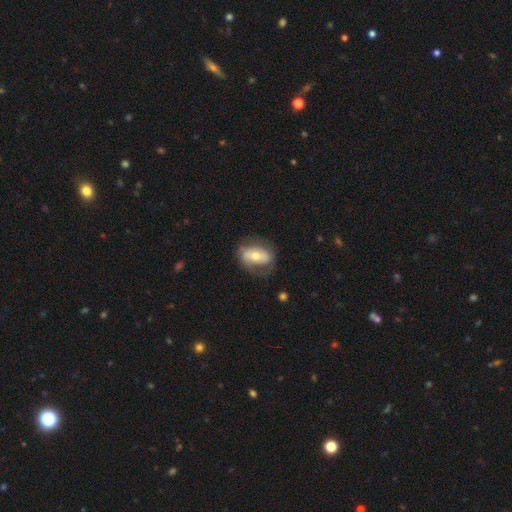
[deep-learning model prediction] Smooth or featured? Predicted: featured or disk (p=0.48). Merging? Predicted: none (p=0.61).